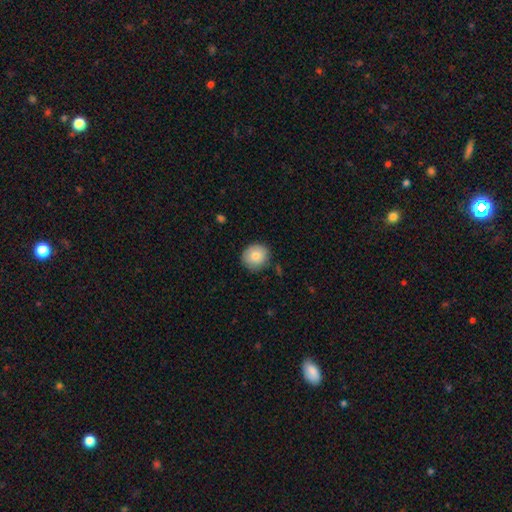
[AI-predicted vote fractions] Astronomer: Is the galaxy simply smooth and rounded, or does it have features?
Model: smooth — 83%.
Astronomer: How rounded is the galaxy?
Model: round — 84%.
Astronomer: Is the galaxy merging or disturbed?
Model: none — 85%.